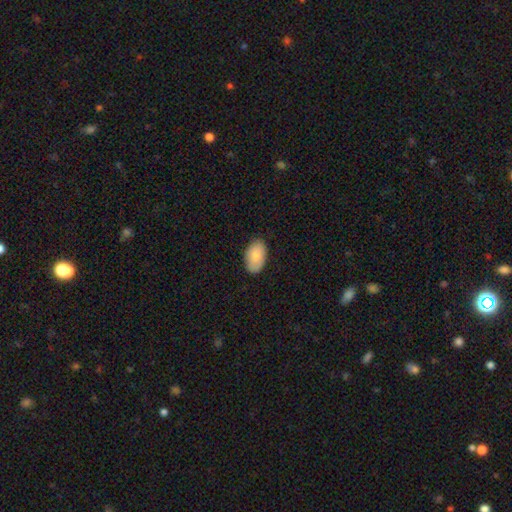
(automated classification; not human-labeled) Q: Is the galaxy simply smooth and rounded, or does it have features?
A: smooth — 84%.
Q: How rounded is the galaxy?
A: in between — 94%.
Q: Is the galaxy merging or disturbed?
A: none — 84%.